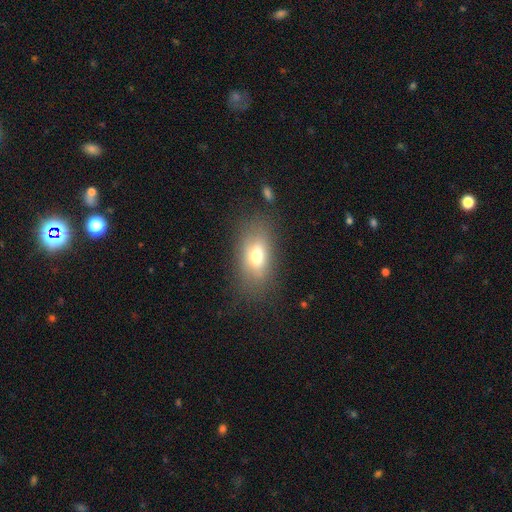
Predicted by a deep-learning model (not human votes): A smooth galaxy with no disk features (68%) that is in between round and cigar-shaped (83%). Merging: none (75%).